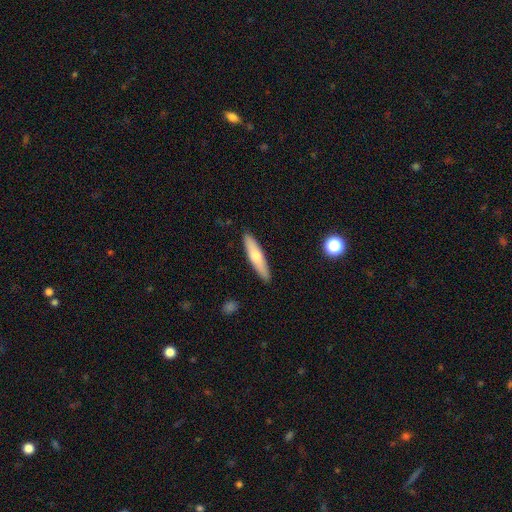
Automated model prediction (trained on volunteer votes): smooth-or-featured: smooth: 60% | featured or disk: 34% | star or artifact: 6%
  how-rounded: cigar-shaped: 78% | in between: 21% | round: 2%
  merging: none: 90% | minor disturbance: 8% | major disturbance: 2% | merger: 1%